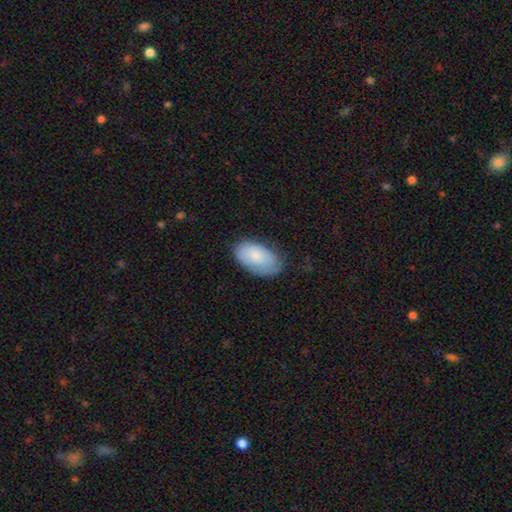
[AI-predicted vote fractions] smooth 80%, featured or disk 14%, star or artifact 6%. Down the decision tree: how rounded — in between (95%); merging — none (65%).